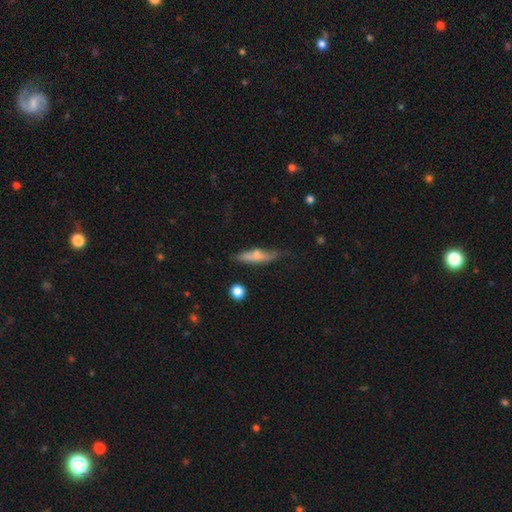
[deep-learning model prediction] A smooth galaxy with no disk features (61%) that is cigar-shaped (71%).

Vote fractions:
- Smooth or featured? smooth: 61% / featured or disk: 32% / star or artifact: 7%
- How rounded? cigar-shaped: 71% / in between: 26% / round: 3%
- Merging? none: 56% / minor disturbance: 27% / major disturbance: 10% / merger: 7%